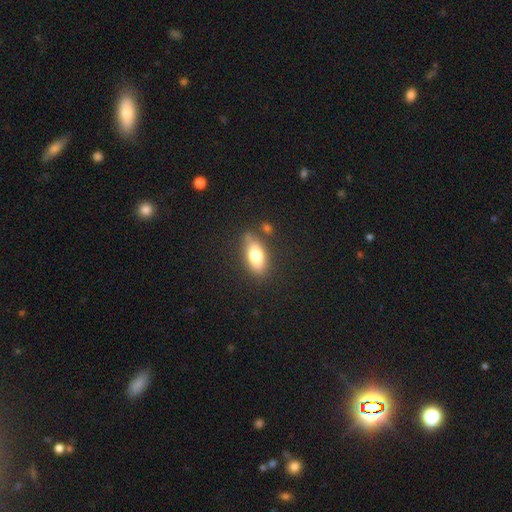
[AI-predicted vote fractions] A smooth galaxy with no disk features (74%) that is in between round and cigar-shaped (83%). Merging: none (75%).